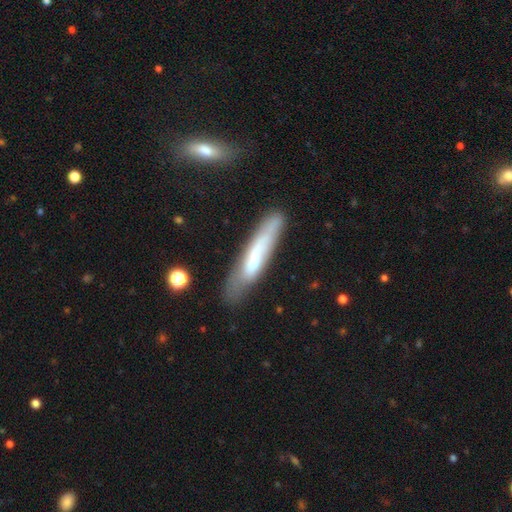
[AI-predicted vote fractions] smooth-or-featured: smooth: 51% | featured or disk: 42% | star or artifact: 7%
  how-rounded: cigar-shaped: 86% | in between: 13% | round: 1%
  merging: none: 64% | minor disturbance: 23% | major disturbance: 8% | merger: 4%